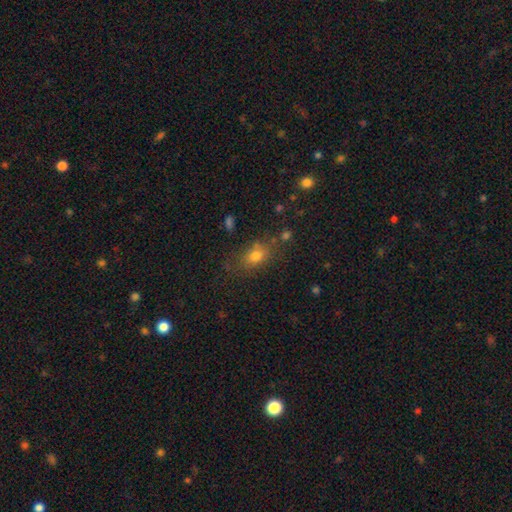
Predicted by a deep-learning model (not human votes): Smooth or featured: smooth — 75% (star or artifact — 14%)
How rounded: in between — 71% (round — 26%)
Merging: none — 71% (minor disturbance — 18%)